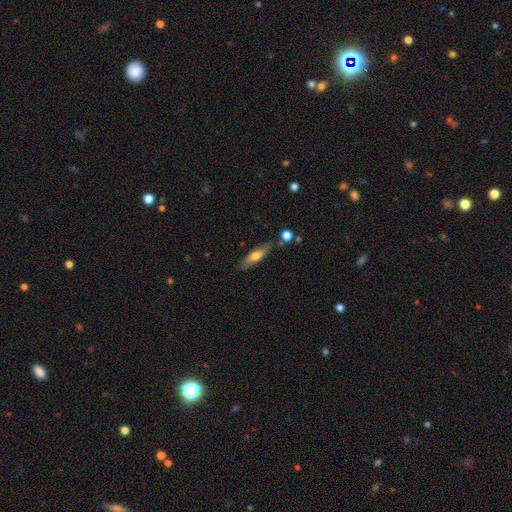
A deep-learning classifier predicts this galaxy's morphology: A smooth galaxy with no disk features (49%).

Vote fractions:
- Smooth or featured? smooth: 49% / featured or disk: 44% / star or artifact: 7%
- Merging? none: 76% / minor disturbance: 14% / merger: 6% / major disturbance: 4%